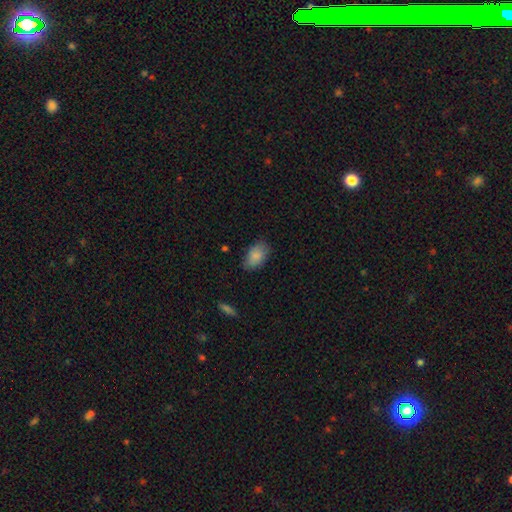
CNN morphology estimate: Smooth or featured? Predicted: smooth (p=0.86). How rounded? Predicted: in between (p=0.91). Merging? Predicted: none (p=0.77).